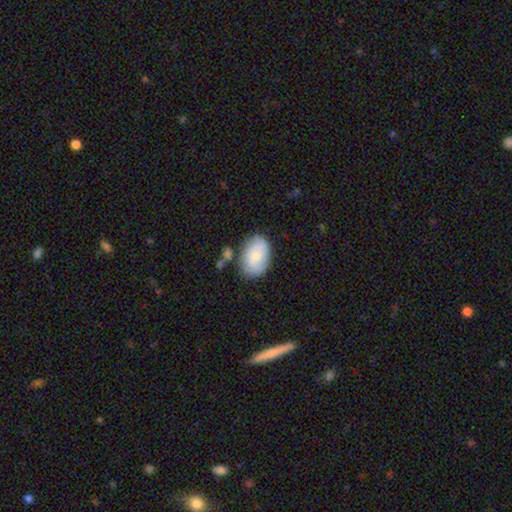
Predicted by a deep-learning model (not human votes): The model was most divided on "smooth or featured": smooth: 68%, featured or disk: 26%, star or artifact: 6%. More confident: how rounded — in between (84%); merging — none (67%).